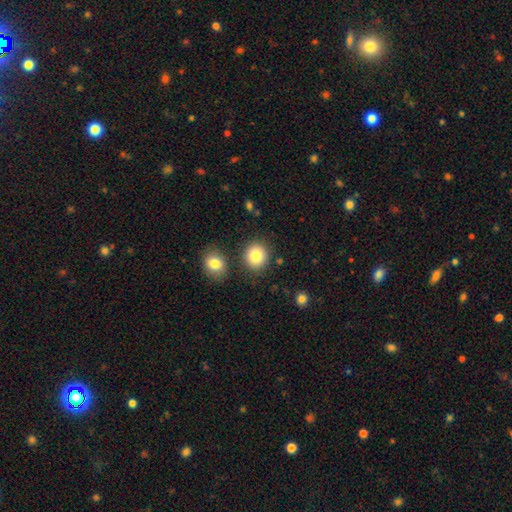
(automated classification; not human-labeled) Smooth or featured?
  - smooth: 83% *
  - star or artifact: 9%
  - featured or disk: 8%
How rounded?
  - round: 83% *
  - in between: 16%
  - cigar-shaped: 1%
Merging?
  - none: 82% *
  - minor disturbance: 8%
  - merger: 7%
  - major disturbance: 3%